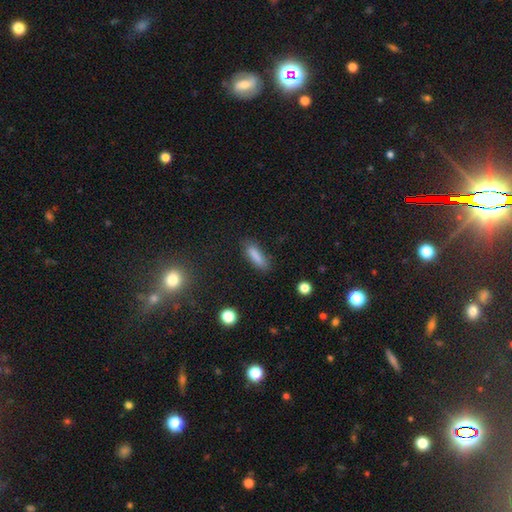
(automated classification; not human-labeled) smooth_or_featured: smooth (p=0.83) [alt: star or artifact p=0.09]
how_rounded: cigar-shaped (p=0.56) [alt: in between p=0.42]
merging: none (p=0.78) [alt: minor disturbance p=0.15]